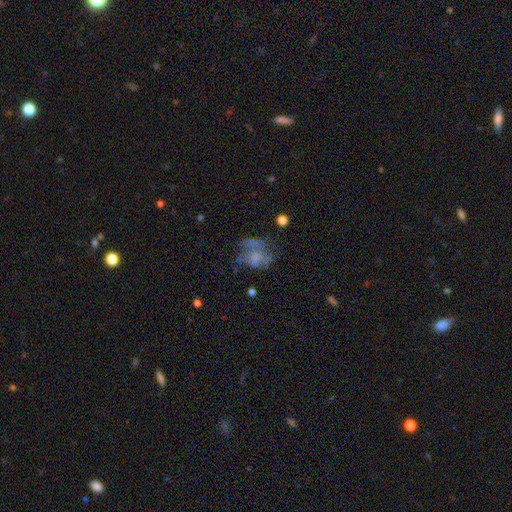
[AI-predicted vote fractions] A featured or disk galaxy (47%). Merging: none (37%, tied with major disturbance).